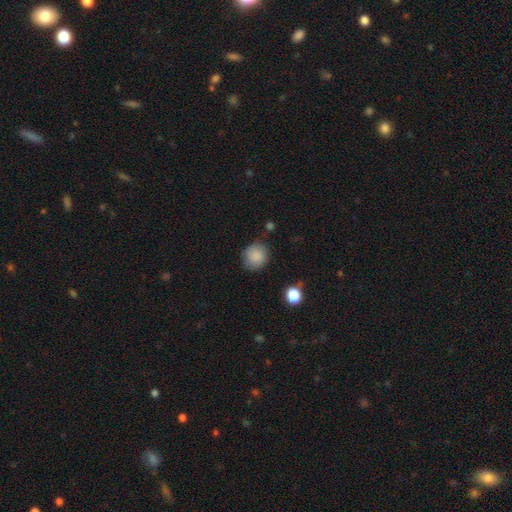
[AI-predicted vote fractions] Q: Smooth or featured?
A: smooth (87%); runner-up: star or artifact (8%)
Q: How rounded?
A: round (82%); runner-up: in between (17%)
Q: Merging?
A: none (78%); runner-up: minor disturbance (16%)